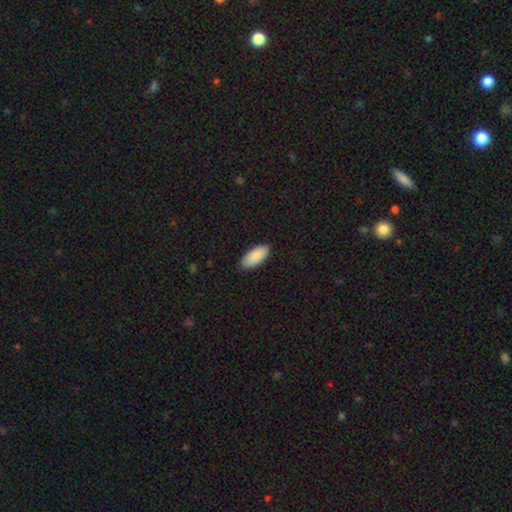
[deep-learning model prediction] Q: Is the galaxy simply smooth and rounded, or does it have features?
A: smooth — 91%.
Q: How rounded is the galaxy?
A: in between — 90%.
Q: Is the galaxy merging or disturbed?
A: none — 88%.